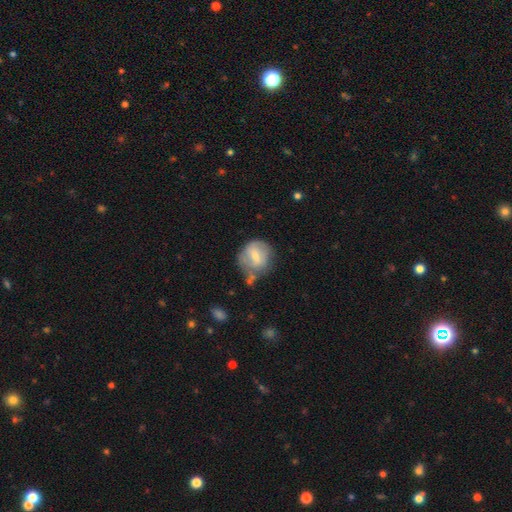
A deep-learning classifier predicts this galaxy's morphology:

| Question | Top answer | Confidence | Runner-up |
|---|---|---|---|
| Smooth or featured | smooth | 56% | featured or disk (37%) |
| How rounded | round | 78% | in between (20%) |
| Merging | none | 46% | minor disturbance (28%) |